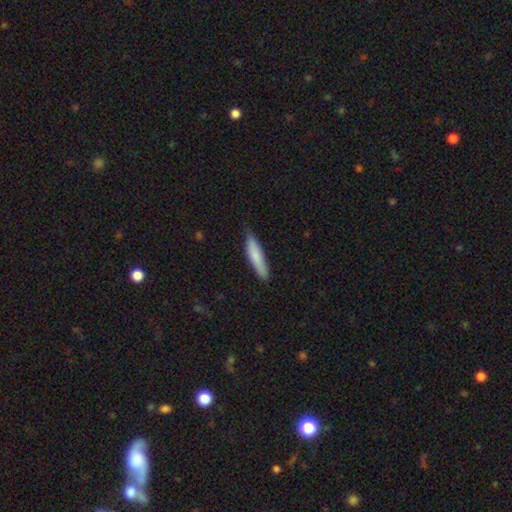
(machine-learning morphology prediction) Smooth or featured?
  - smooth: 78% *
  - featured or disk: 16%
  - star or artifact: 5%
How rounded?
  - cigar-shaped: 82% *
  - in between: 17%
  - round: 1%
Merging?
  - none: 79% *
  - minor disturbance: 18%
  - major disturbance: 2%
  - merger: 1%